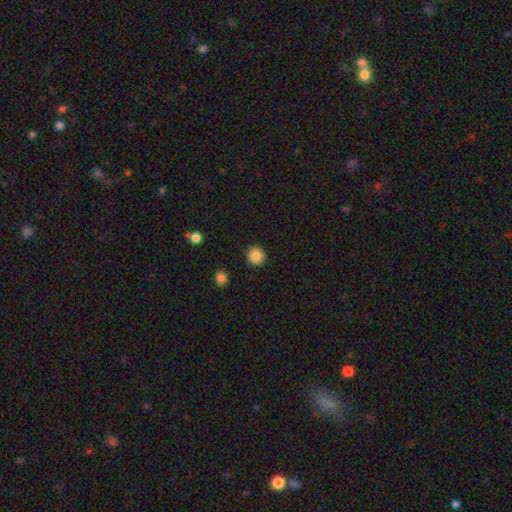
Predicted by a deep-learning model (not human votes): The model was most divided on "smooth or featured": smooth: 86%, star or artifact: 10%, featured or disk: 4%. More confident: how rounded — round (93%); merging — none (92%).